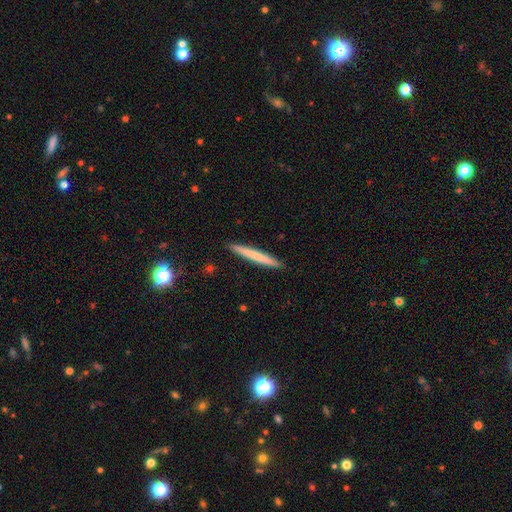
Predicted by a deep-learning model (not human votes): smooth-or-featured: smooth: 64% | featured or disk: 31% | star or artifact: 6%
  how-rounded: cigar-shaped: 97% | in between: 2% | round: 1%
  merging: none: 92% | minor disturbance: 6% | major disturbance: 1% | merger: 1%